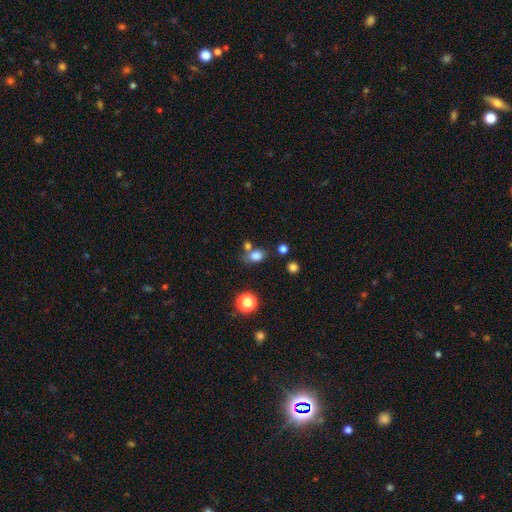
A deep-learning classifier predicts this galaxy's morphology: Overall: smooth (80%). How rounded: in between (68%; round 31%). Merging: none (62%).